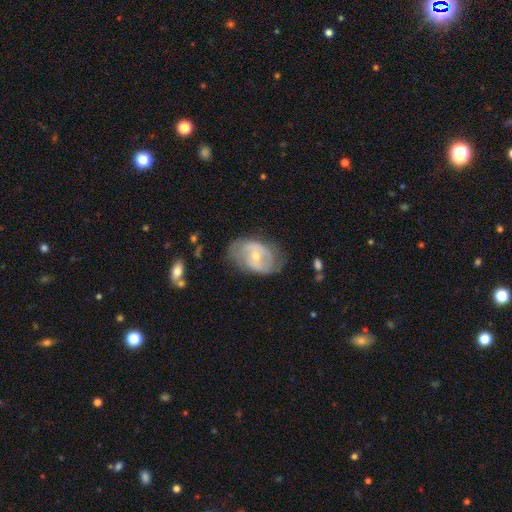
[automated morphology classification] A featured or disk galaxy (67%) with no bar (50%), spiral arms (74%) and a small central bulge (53%). Merging: none (61%).